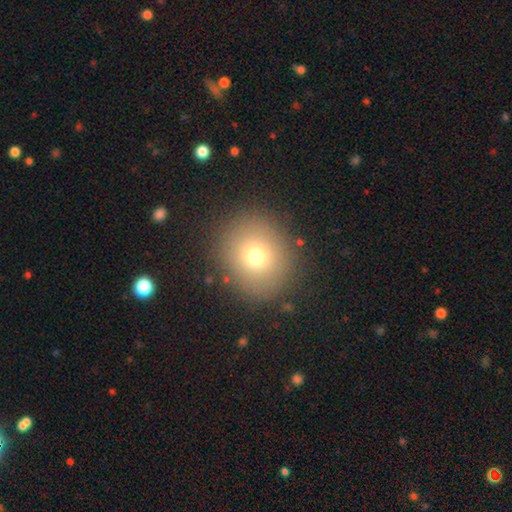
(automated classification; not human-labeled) Q: Smooth or featured?
A: smooth (73%); runner-up: star or artifact (15%)
Q: How rounded?
A: round (83%); runner-up: in between (16%)
Q: Merging?
A: none (87%); runner-up: minor disturbance (8%)